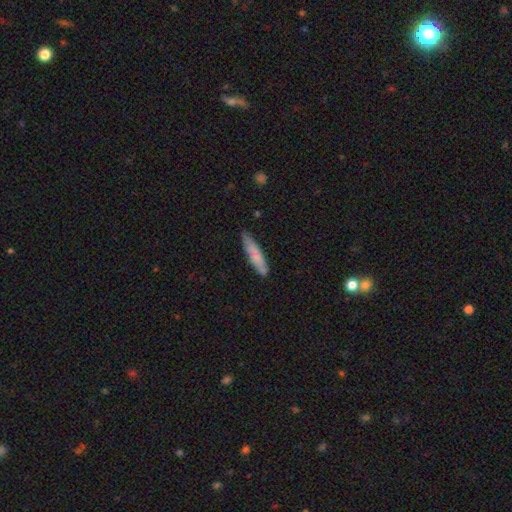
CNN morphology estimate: smooth 77%, featured or disk 17%, star or artifact 6%. Down the decision tree: how rounded — cigar-shaped (86%); merging — none (81%).